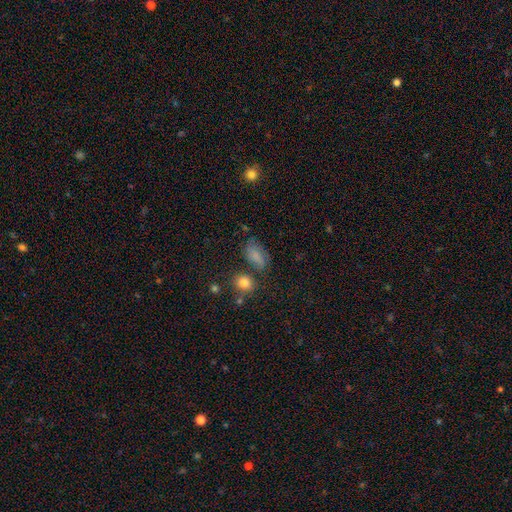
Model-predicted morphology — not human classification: smooth-or-featured: smooth: 74% | featured or disk: 15% | star or artifact: 12%
  how-rounded: in between: 85% | round: 13% | cigar-shaped: 3%
  merging: none: 55% | minor disturbance: 25% | major disturbance: 11% | merger: 8%